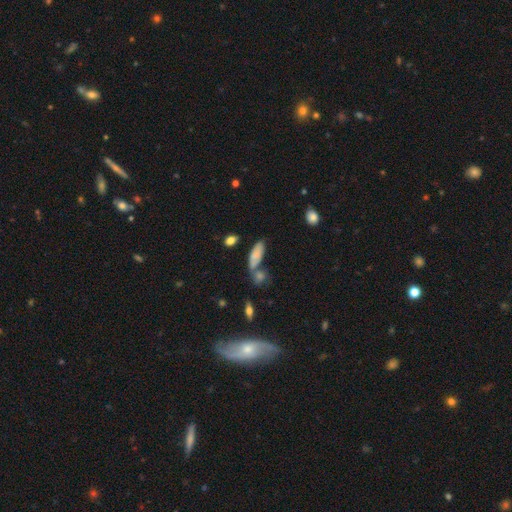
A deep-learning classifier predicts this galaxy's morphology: Smooth or featured? smooth (77%)
How rounded? in between (69%)
Merging? none (50%)